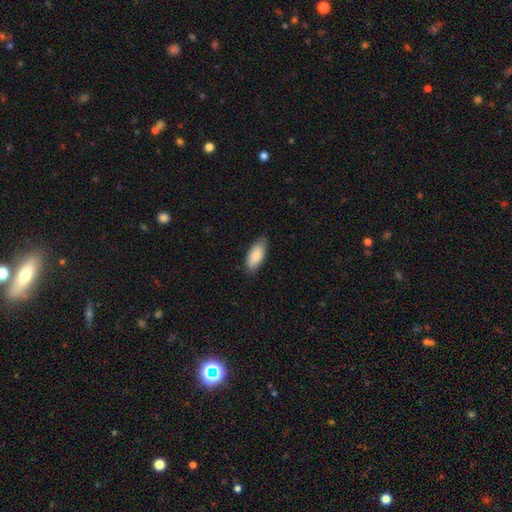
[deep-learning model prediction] The model was most divided on "merging": none: 82%, minor disturbance: 15%, major disturbance: 2%, merger: 1%. More confident: how rounded — in between (88%); smooth or featured — smooth (85%).